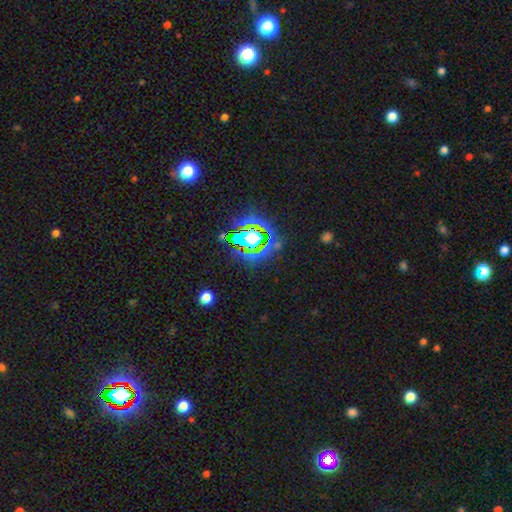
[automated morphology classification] smooth_or_featured: star or artifact (p=0.81) [alt: smooth p=0.11]